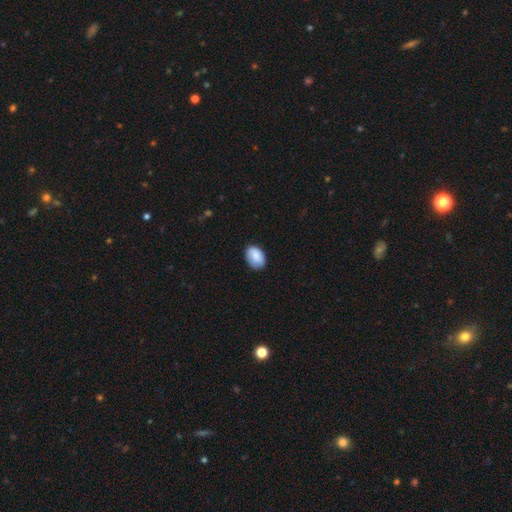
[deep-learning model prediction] Smooth or featured?
  - smooth: 87% *
  - star or artifact: 6%
  - featured or disk: 6%
How rounded?
  - in between: 85% *
  - round: 14%
  - cigar-shaped: 1%
Merging?
  - none: 79% *
  - minor disturbance: 17%
  - major disturbance: 3%
  - merger: 1%